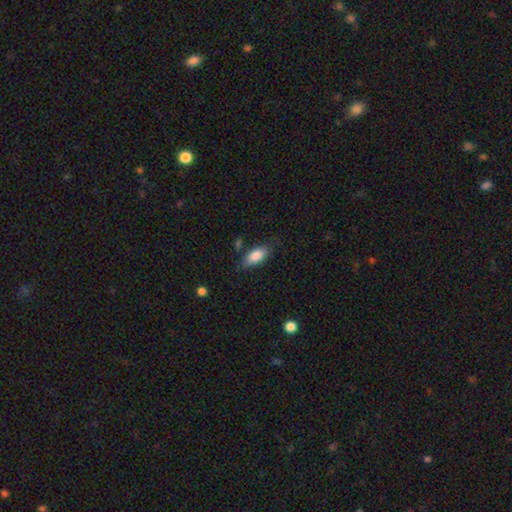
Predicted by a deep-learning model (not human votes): This appears to be a smooth galaxy with no disk features (83%) that is in between round and cigar-shaped (85%). Merging: none (72%).